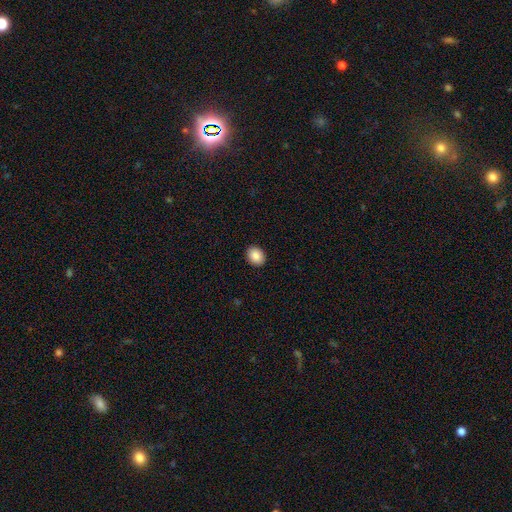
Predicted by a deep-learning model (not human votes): smooth-or-featured: smooth: 88% | star or artifact: 8% | featured or disk: 4%
  how-rounded: in between: 51% | round: 48% | cigar-shaped: 1%
  merging: none: 92% | minor disturbance: 6% | major disturbance: 2% | merger: 1%